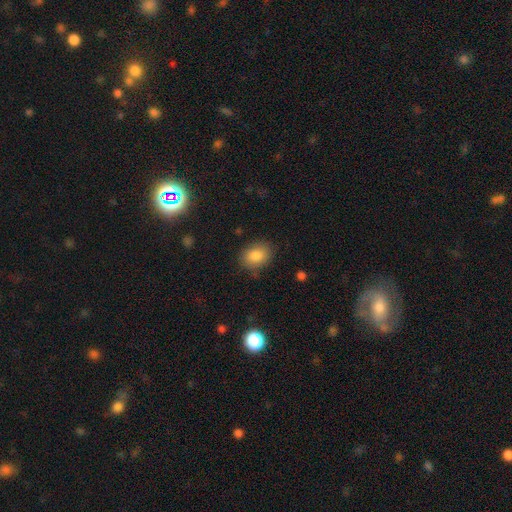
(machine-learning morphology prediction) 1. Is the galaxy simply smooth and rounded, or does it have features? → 84% smooth, 9% star or artifact, 7% featured or disk.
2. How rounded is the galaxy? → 63% in between, 36% round, 1% cigar-shaped.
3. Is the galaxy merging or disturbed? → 83% none, 13% minor disturbance, 3% major disturbance, 1% merger.